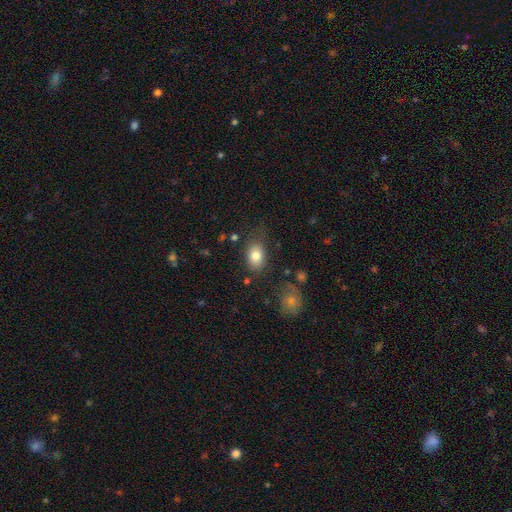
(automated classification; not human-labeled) Morphology: type=smooth (81%); roundness=in between (81%); merging=none (71%).